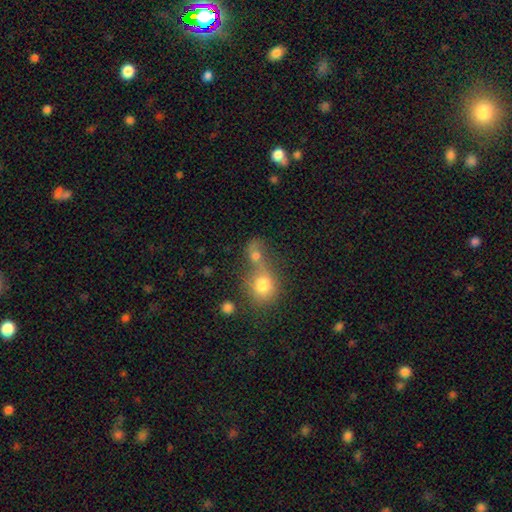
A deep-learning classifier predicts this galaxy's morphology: Overall: smooth (70%). How rounded: round (66%; in between 32%). Merging: merger (66%).